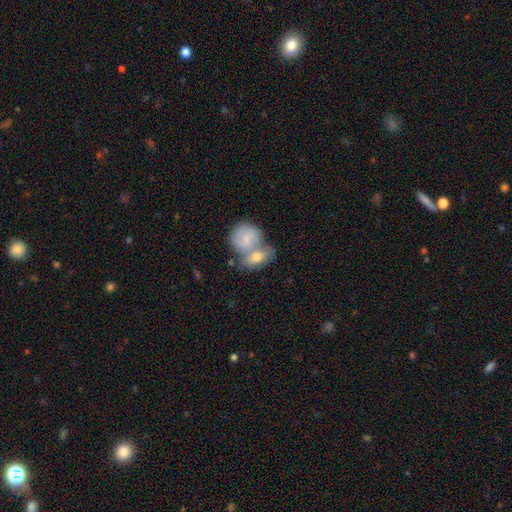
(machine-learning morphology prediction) A smooth galaxy with no disk features (56%) that is in between round and cigar-shaped (53%).

Vote fractions:
- Smooth or featured? smooth: 56% / featured or disk: 35% / star or artifact: 9%
- How rounded? in between: 53% / round: 43% / cigar-shaped: 5%
- Merging? merger: 63% / none: 25% / minor disturbance: 8% / major disturbance: 4%